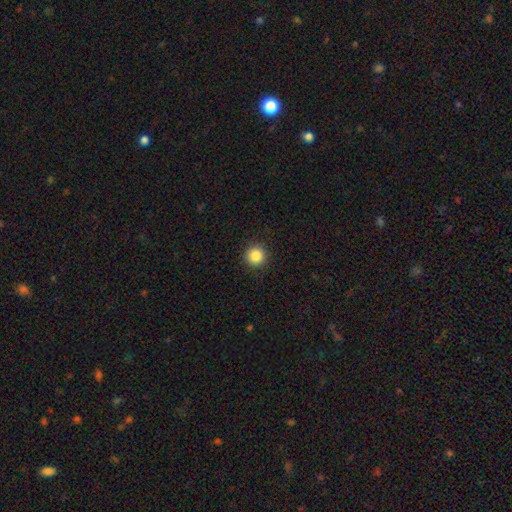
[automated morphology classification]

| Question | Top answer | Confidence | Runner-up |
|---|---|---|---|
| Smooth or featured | smooth | 86% | star or artifact (10%) |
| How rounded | round | 95% | in between (4%) |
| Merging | none | 92% | minor disturbance (5%) |